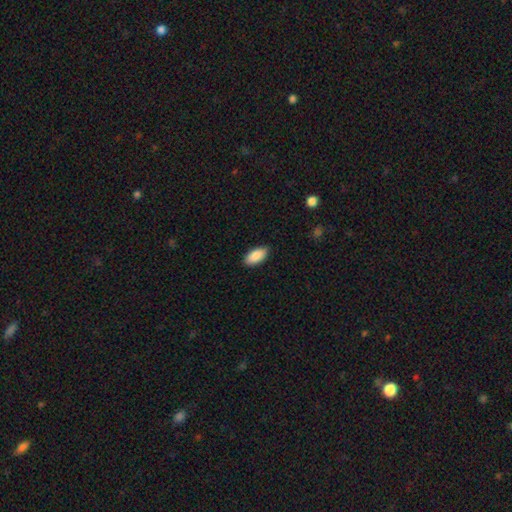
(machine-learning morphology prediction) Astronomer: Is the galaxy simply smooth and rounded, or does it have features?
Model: smooth — 90%.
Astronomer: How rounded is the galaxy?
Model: in between — 92%.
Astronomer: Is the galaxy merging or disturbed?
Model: none — 88%.